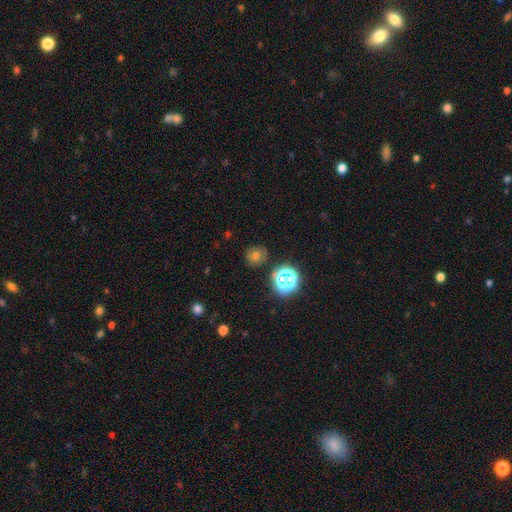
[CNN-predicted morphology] A smooth galaxy with no disk features (55%) that is round (85%). Merging: none (84%).